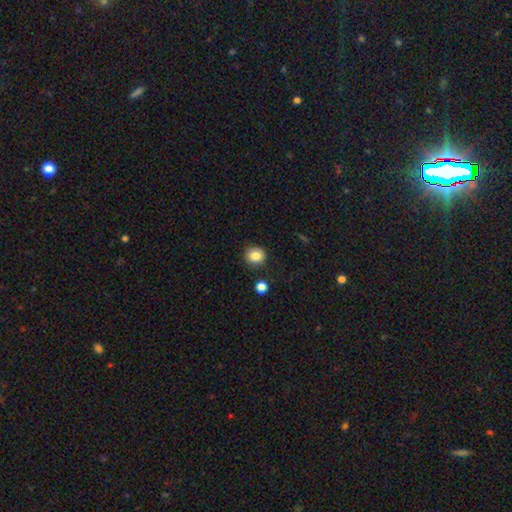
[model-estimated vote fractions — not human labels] The model was most divided on "how rounded": round: 86%, in between: 13%, cigar-shaped: 1%. More confident: merging — none (86%); smooth or featured — smooth (85%).